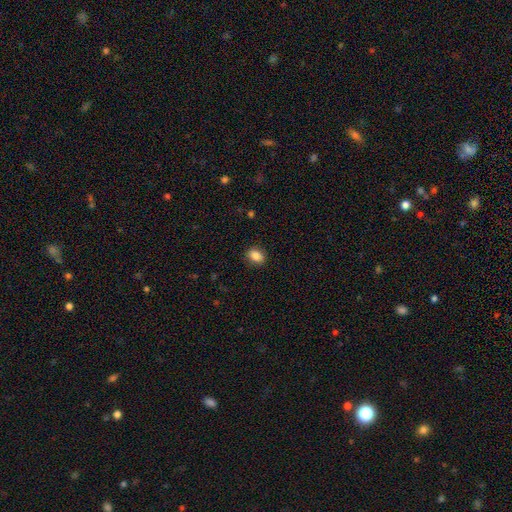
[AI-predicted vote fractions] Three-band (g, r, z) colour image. It shows a smooth galaxy with no disk features (86%) that is in between round and cigar-shaped (57%). Merging: none (89%).